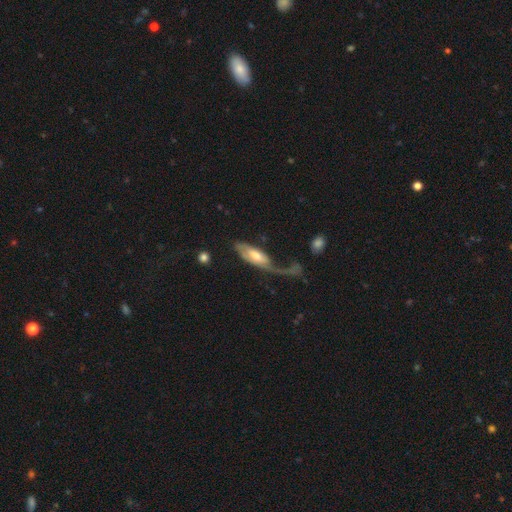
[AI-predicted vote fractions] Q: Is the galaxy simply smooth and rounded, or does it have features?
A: featured or disk — 56%.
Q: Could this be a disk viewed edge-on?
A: no — 78%.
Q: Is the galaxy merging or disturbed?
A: major disturbance — 51%.